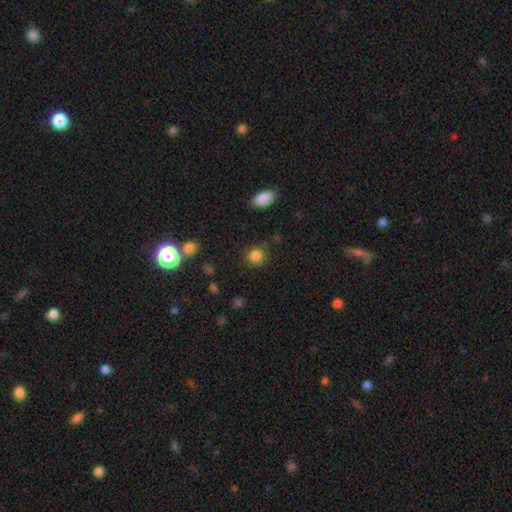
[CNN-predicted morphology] Smooth or featured: smooth — 85% (star or artifact — 11%)
How rounded: round — 84% (in between — 15%)
Merging: none — 82% (minor disturbance — 11%)